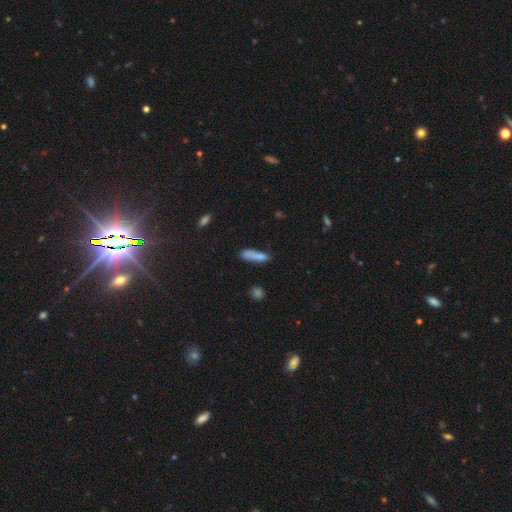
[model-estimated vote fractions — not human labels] Q: Smooth or featured?
A: smooth (81%); runner-up: featured or disk (10%)
Q: How rounded?
A: cigar-shaped (71%); runner-up: in between (26%)
Q: Merging?
A: none (58%); runner-up: minor disturbance (25%)